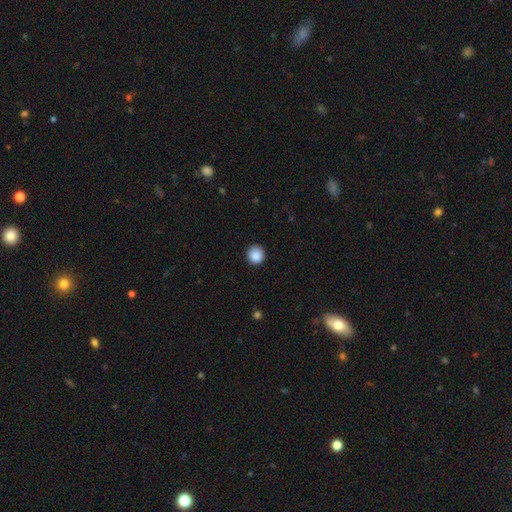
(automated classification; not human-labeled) smooth-or-featured: smooth: 88% | star or artifact: 9% | featured or disk: 3%
  how-rounded: round: 94% | in between: 5% | cigar-shaped: 1%
  merging: none: 91% | minor disturbance: 6% | major disturbance: 2% | merger: 1%